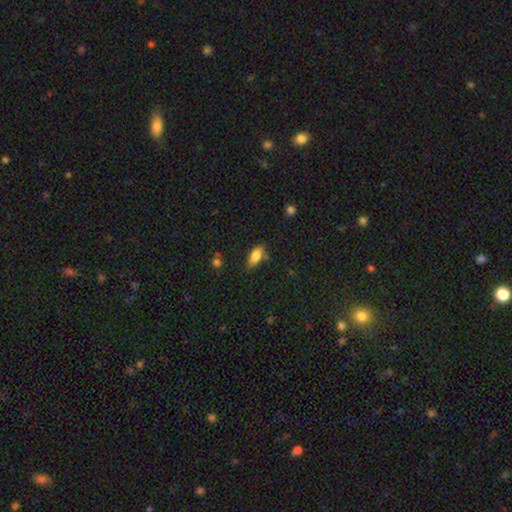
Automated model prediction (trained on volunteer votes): smooth_or_featured: smooth (p=0.80) [alt: featured or disk p=0.12]
how_rounded: in between (p=0.82) [alt: cigar-shaped p=0.15]
merging: none (p=0.70) [alt: minor disturbance p=0.21]